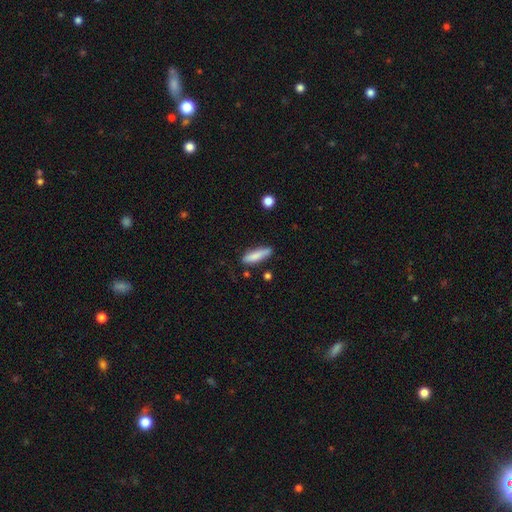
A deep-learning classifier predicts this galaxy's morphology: Smooth or featured? Predicted: smooth (p=0.83). How rounded? Predicted: cigar-shaped (p=0.68). Merging? Predicted: none (p=0.77).